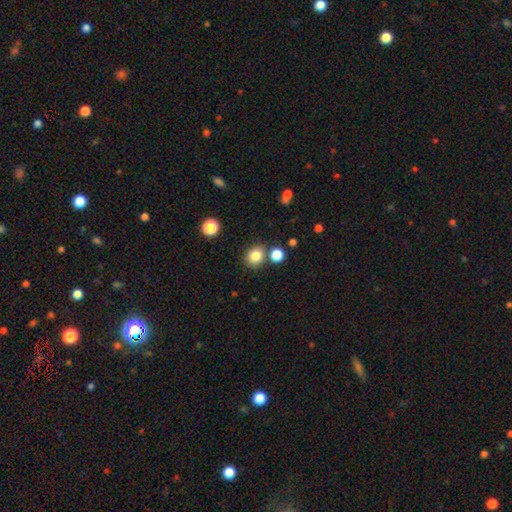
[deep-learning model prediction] smooth-or-featured: smooth: 83% | star or artifact: 12% | featured or disk: 6%
  how-rounded: round: 71% | in between: 28% | cigar-shaped: 1%
  merging: none: 74% | merger: 13% | minor disturbance: 10% | major disturbance: 3%